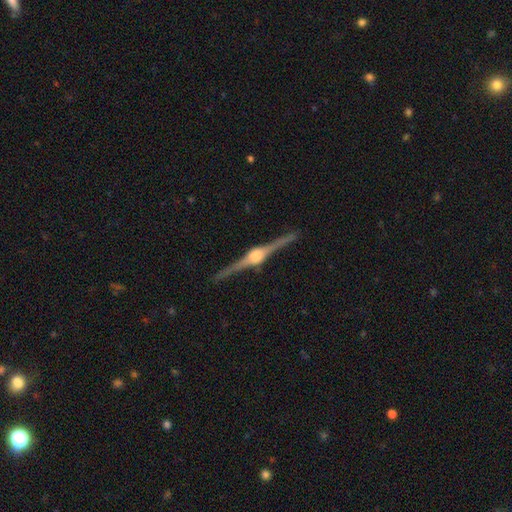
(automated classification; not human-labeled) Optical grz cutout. It shows a featured or disk galaxy (91%) viewed edge-on (99%) with a rounded central bulge (91%). Merging: none (92%).